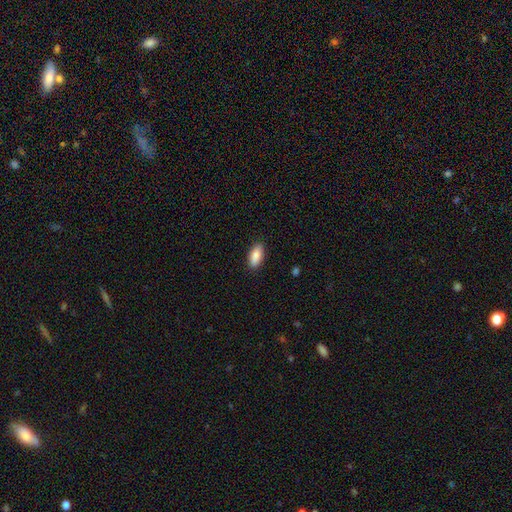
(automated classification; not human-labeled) Smooth or featured: smooth — 87% (star or artifact — 6%)
How rounded: in between — 87% (cigar-shaped — 11%)
Merging: none — 88% (minor disturbance — 9%)